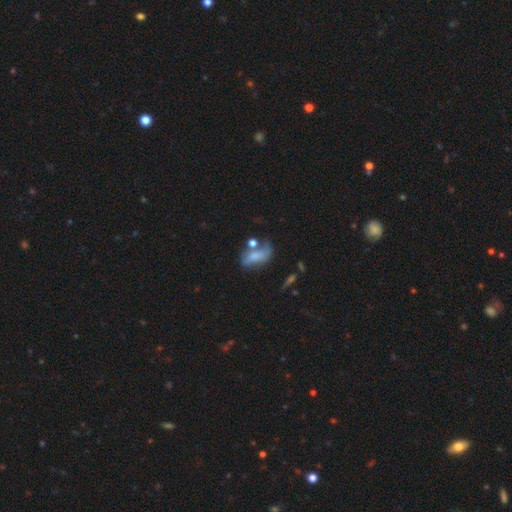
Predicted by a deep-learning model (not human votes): This appears to be a smooth galaxy with no disk features (58%) that is in between round and cigar-shaped (82%). Merging: none (33%).